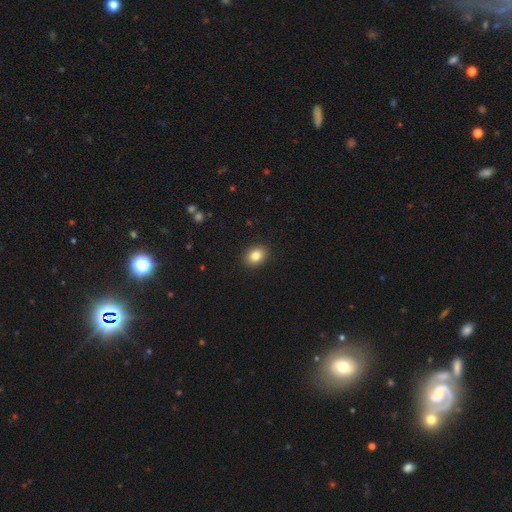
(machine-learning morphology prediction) smooth 84%, star or artifact 9%, featured or disk 7%. Down the decision tree: how rounded — in between (65%); merging — none (91%).